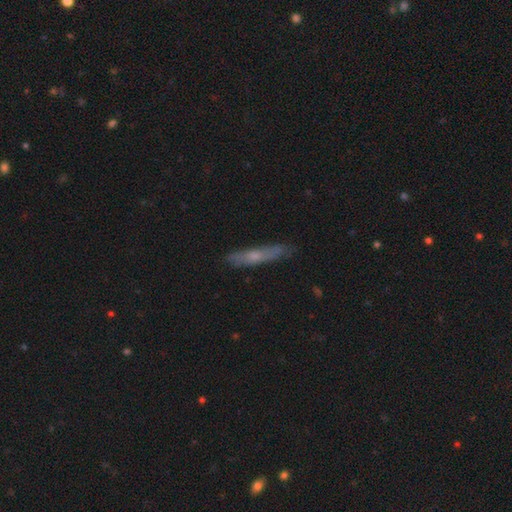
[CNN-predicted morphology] This appears to be a smooth galaxy with no disk features (47%). Merging: none (80%).